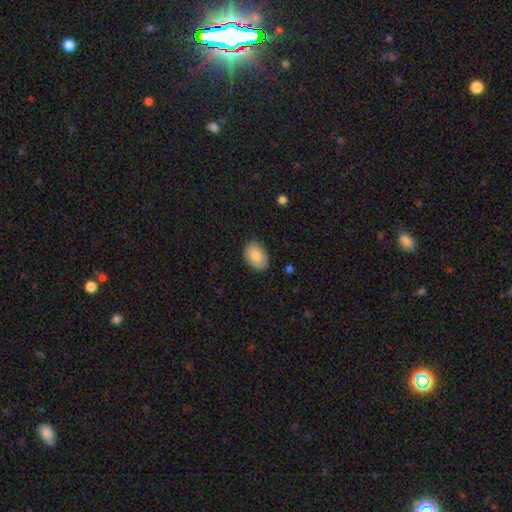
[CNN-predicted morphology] Q: Smooth or featured?
A: smooth (85%); runner-up: featured or disk (9%)
Q: How rounded?
A: in between (87%); runner-up: round (12%)
Q: Merging?
A: none (85%); runner-up: minor disturbance (11%)